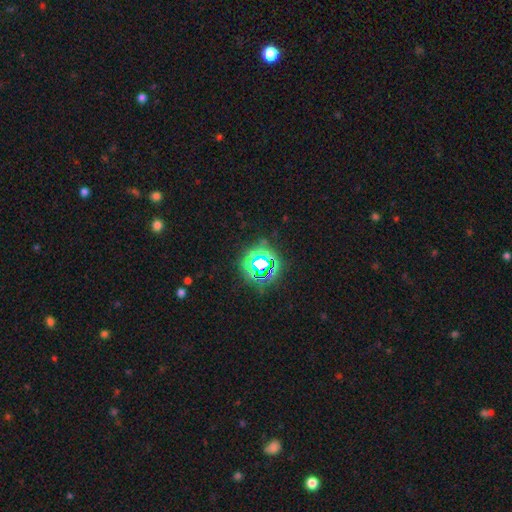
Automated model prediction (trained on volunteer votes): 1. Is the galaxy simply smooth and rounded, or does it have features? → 72% star or artifact, 17% smooth, 11% featured or disk.